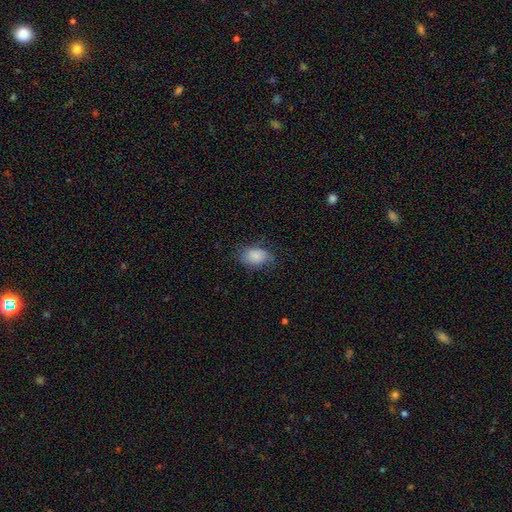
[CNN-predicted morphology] smooth 82%, featured or disk 10%, star or artifact 8%. Down the decision tree: how rounded — in between (82%); merging — none (66%).